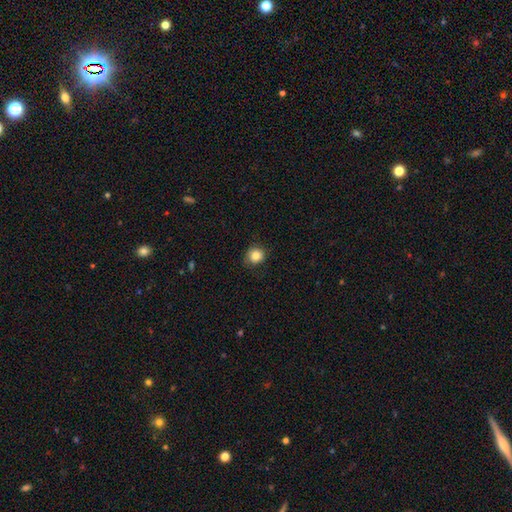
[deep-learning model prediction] Q: Smooth or featured?
A: smooth (84%); runner-up: star or artifact (11%)
Q: How rounded?
A: round (83%); runner-up: in between (16%)
Q: Merging?
A: none (83%); runner-up: minor disturbance (13%)